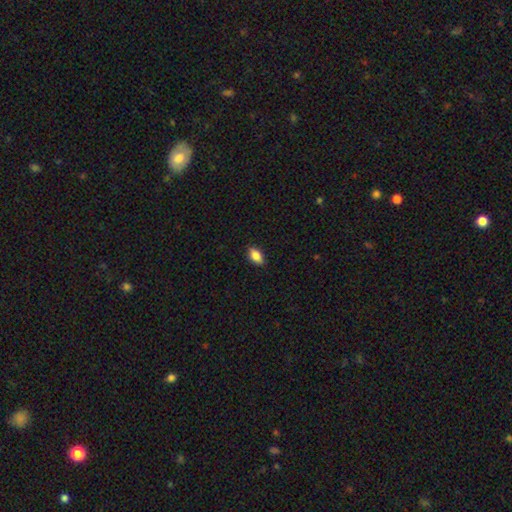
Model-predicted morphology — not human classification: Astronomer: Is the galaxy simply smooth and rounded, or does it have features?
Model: smooth — 84%.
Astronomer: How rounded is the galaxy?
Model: in between — 89%.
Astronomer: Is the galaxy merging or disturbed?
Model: none — 87%.